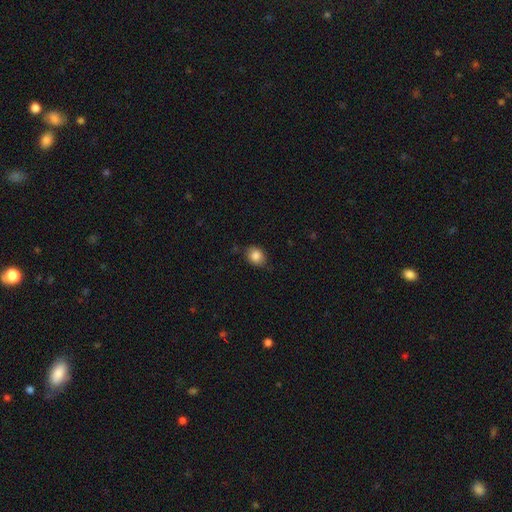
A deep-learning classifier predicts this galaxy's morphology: Overall: smooth (86%). How rounded: round (58%; in between 41%). Merging: none (78%).